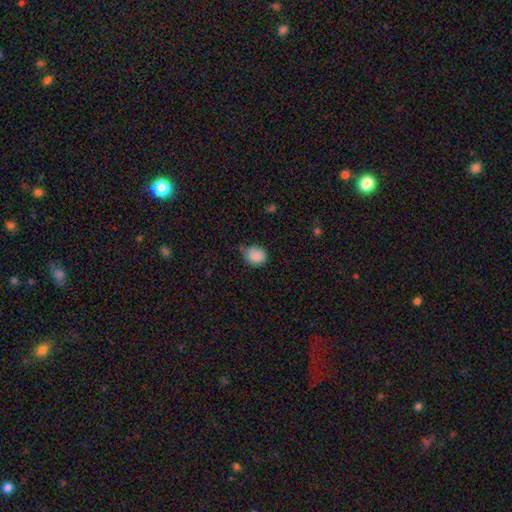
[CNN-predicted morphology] Smooth or featured: smooth — 86% (star or artifact — 8%)
How rounded: round — 65% (in between — 34%)
Merging: none — 59% (minor disturbance — 32%)